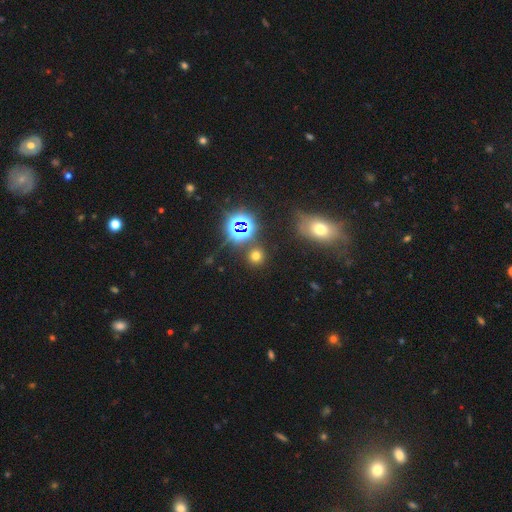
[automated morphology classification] Smooth or featured: smooth — 62% (star or artifact — 31%)
How rounded: round — 88% (in between — 11%)
Merging: none — 83% (minor disturbance — 8%)